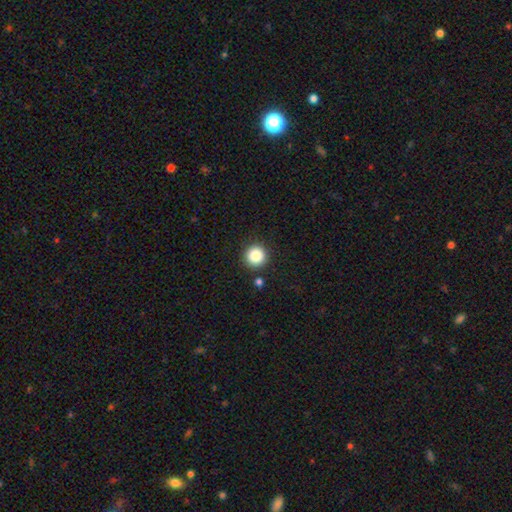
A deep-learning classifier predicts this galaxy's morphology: smooth-or-featured: smooth: 87% | star or artifact: 10% | featured or disk: 4%
  how-rounded: round: 96% | in between: 3% | cigar-shaped: 1%
  merging: none: 89% | minor disturbance: 6% | merger: 3% | major disturbance: 2%